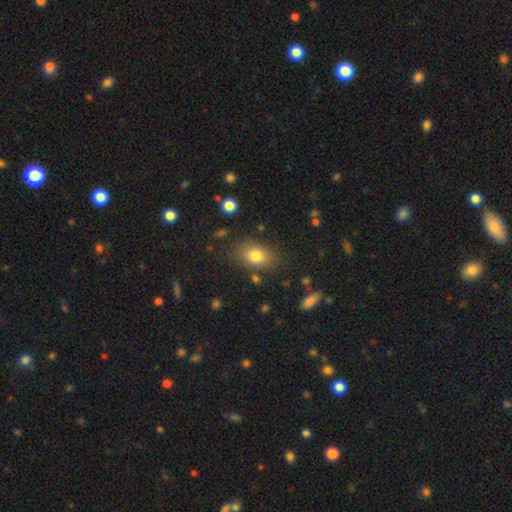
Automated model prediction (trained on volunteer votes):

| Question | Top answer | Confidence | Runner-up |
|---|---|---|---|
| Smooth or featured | smooth | 79% | featured or disk (10%) |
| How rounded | in between | 75% | round (23%) |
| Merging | none | 78% | minor disturbance (14%) |